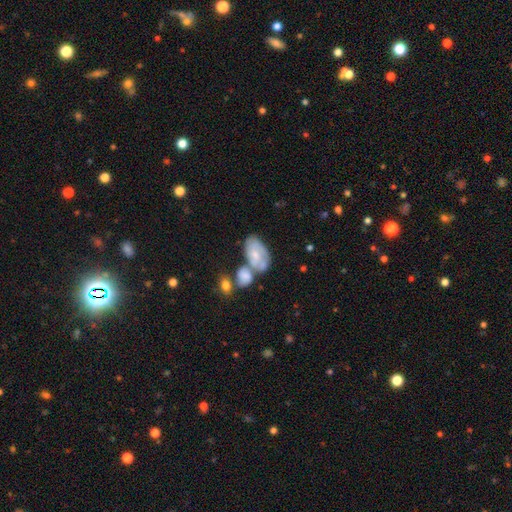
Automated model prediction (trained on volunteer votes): Smooth or featured?
  - featured or disk: 53% *
  - smooth: 40%
  - star or artifact: 7%
Edge-on disk?
  - no: 95% *
  - yes: 5%
Bar?
  - no: 65% *
  - weak: 29%
  - strong: 6%
Spiral arms?
  - yes: 64% *
  - no: 36%
Bulge size?
  - small: 48% *
  - moderate: 40%
  - none: 7%
  - large: 3%
  - dominant: 1%
Merging?
  - merger: 46% *
  - none: 29%
  - minor disturbance: 16%
  - major disturbance: 9%